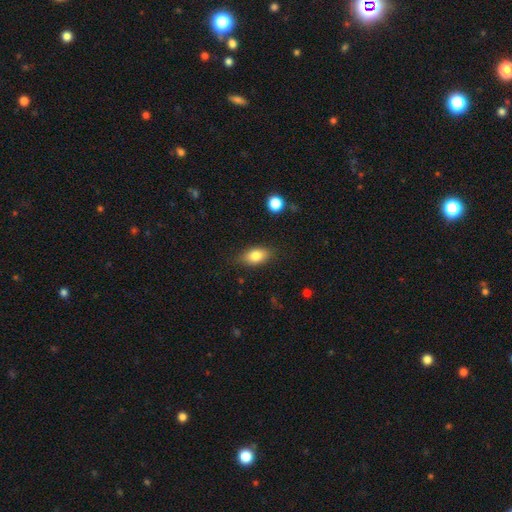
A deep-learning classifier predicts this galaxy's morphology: Smooth or featured? smooth (81%)
How rounded? in between (87%)
Merging? none (81%)